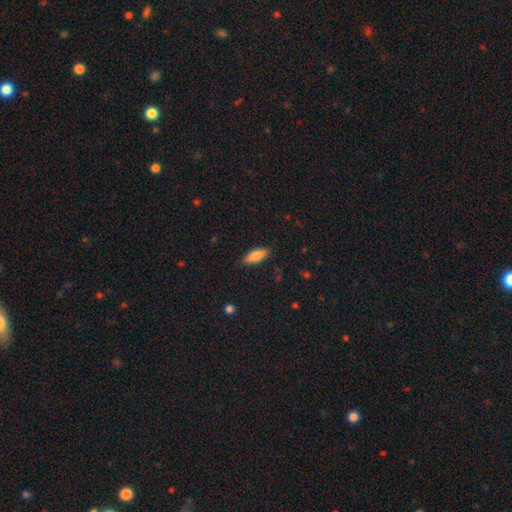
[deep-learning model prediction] smooth_or_featured: smooth (p=0.81) [alt: featured or disk p=0.12]
how_rounded: in between (p=0.69) [alt: cigar-shaped p=0.29]
merging: none (p=0.86) [alt: minor disturbance p=0.10]